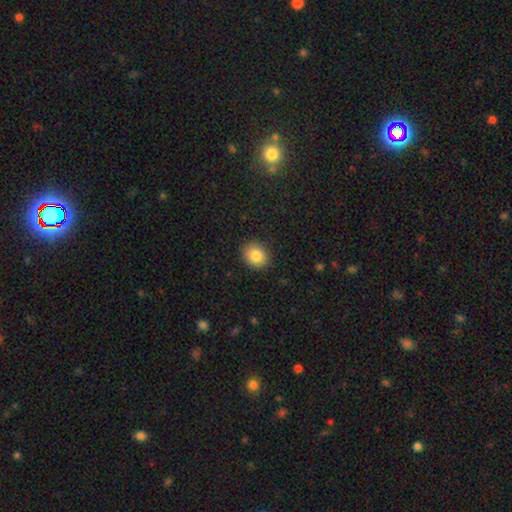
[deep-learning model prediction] Overall: smooth (84%). How rounded: round (55%; in between 44%). Merging: none (89%).